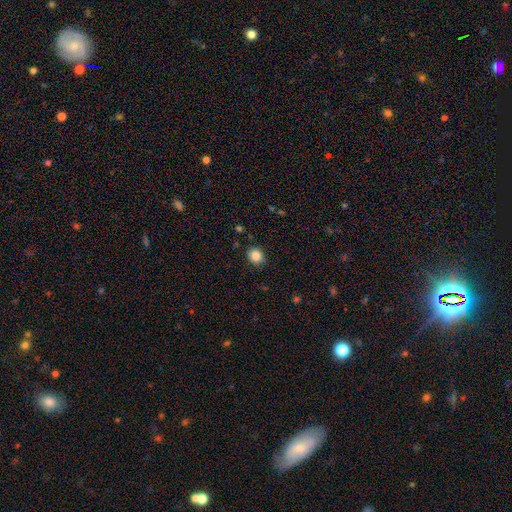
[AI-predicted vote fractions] Smooth or featured? smooth (85%)
How rounded? round (77%)
Merging? none (88%)